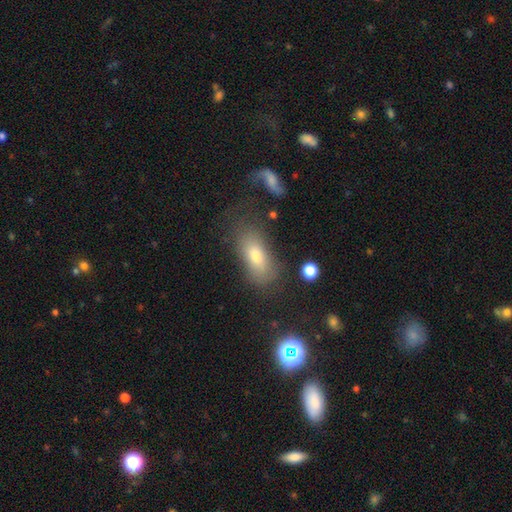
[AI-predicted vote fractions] smooth_or_featured: smooth (p=0.69) [alt: featured or disk p=0.20]
how_rounded: in between (p=0.84) [alt: cigar-shaped p=0.09]
merging: none (p=0.61) [alt: minor disturbance p=0.19]